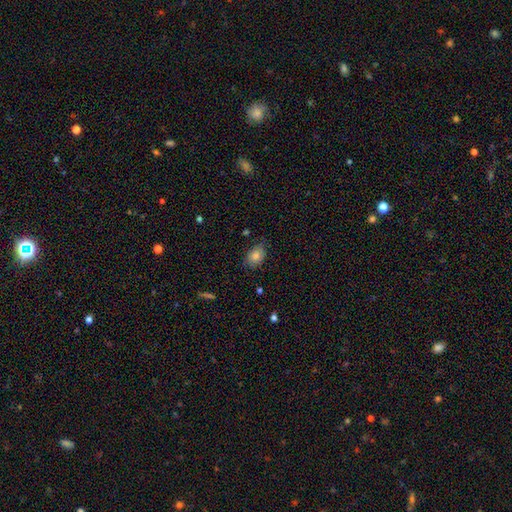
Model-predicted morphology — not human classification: Smooth or featured? Predicted: smooth (p=0.78). How rounded? Predicted: in between (p=0.77). Merging? Predicted: none (p=0.74).